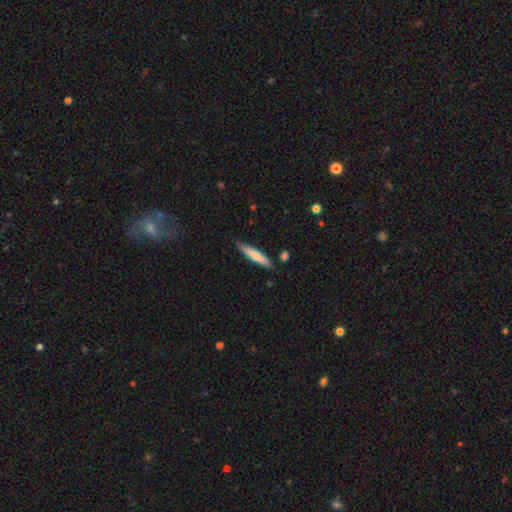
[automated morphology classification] smooth_or_featured: smooth (p=0.70) [alt: featured or disk p=0.25]
how_rounded: cigar-shaped (p=0.89) [alt: in between p=0.09]
merging: none (p=0.85) [alt: minor disturbance p=0.11]